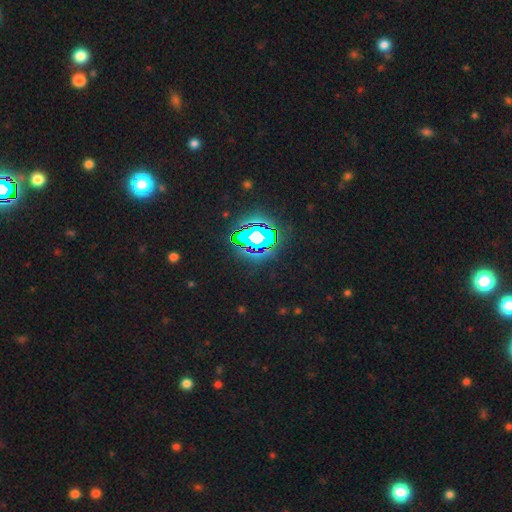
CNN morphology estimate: A star or artifact, not a galaxy (81%).